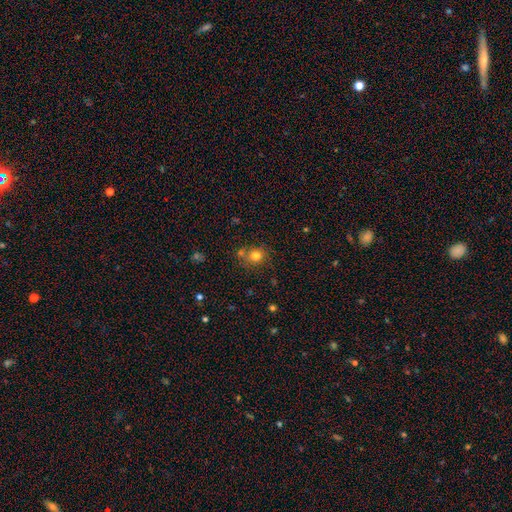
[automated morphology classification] Smooth or featured?
  - smooth: 78% *
  - star or artifact: 14%
  - featured or disk: 8%
How rounded?
  - round: 82% *
  - in between: 17%
  - cigar-shaped: 1%
Merging?
  - none: 69% *
  - merger: 15%
  - minor disturbance: 12%
  - major disturbance: 4%